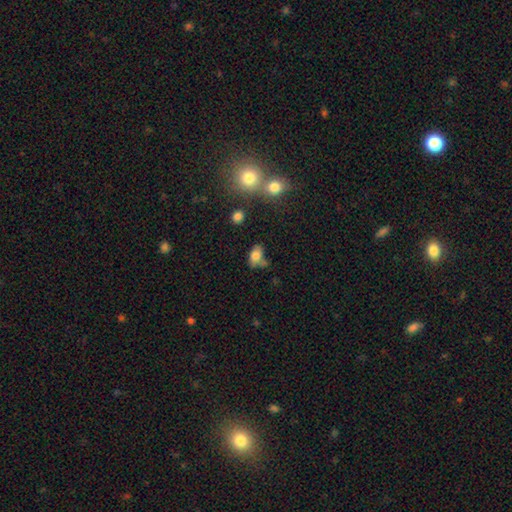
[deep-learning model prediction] This is likely a smooth galaxy (77%). How rounded: clearly in between (84%). Merging: possibly none (48%).